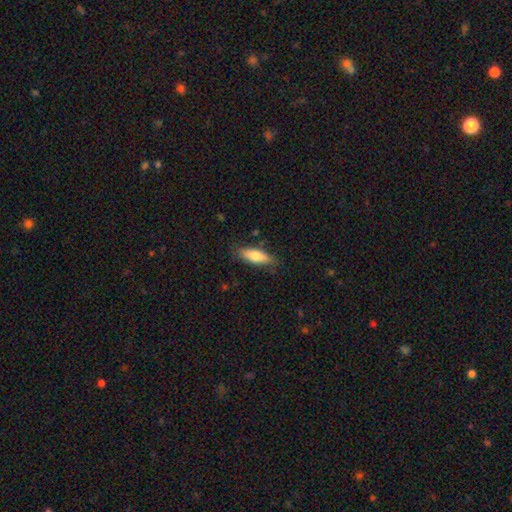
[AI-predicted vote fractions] A smooth galaxy with no disk features (74%) that is in between round and cigar-shaped (60%). Merging: none (80%).